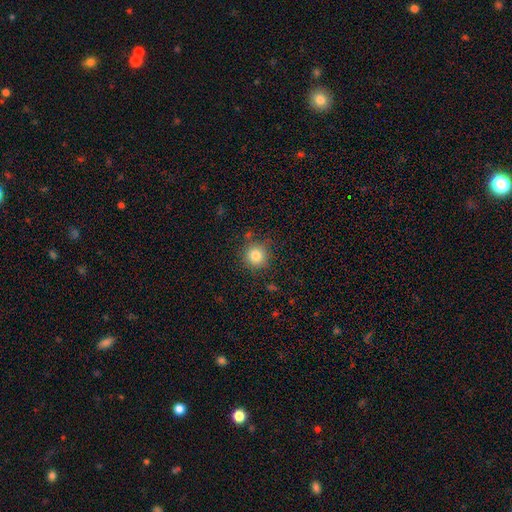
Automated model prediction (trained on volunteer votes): This appears to be a smooth galaxy with no disk features (82%) that is round (93%). Merging: none (84%).